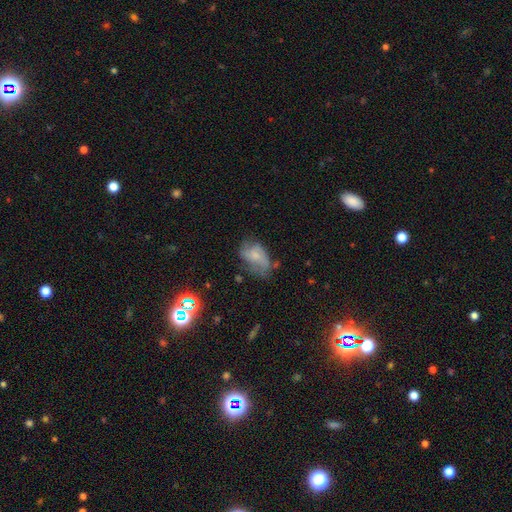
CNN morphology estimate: Smooth or featured: smooth — 47% (featured or disk — 42%)
Merging: none — 41% (minor disturbance — 31%)